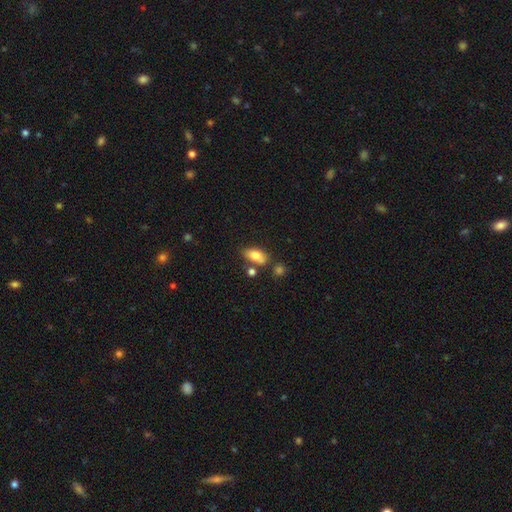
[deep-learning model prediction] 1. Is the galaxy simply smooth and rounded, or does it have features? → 78% smooth, 15% featured or disk, 8% star or artifact.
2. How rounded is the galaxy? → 88% in between, 7% cigar-shaped, 5% round.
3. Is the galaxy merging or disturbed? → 66% none, 16% minor disturbance, 14% merger, 4% major disturbance.